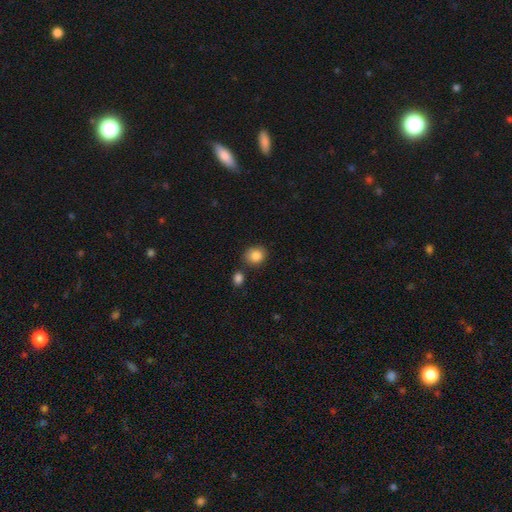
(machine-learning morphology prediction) Smooth or featured?
  - smooth: 87% *
  - star or artifact: 8%
  - featured or disk: 5%
How rounded?
  - round: 71% *
  - in between: 28%
  - cigar-shaped: 1%
Merging?
  - none: 73% *
  - minor disturbance: 14%
  - merger: 9%
  - major disturbance: 4%